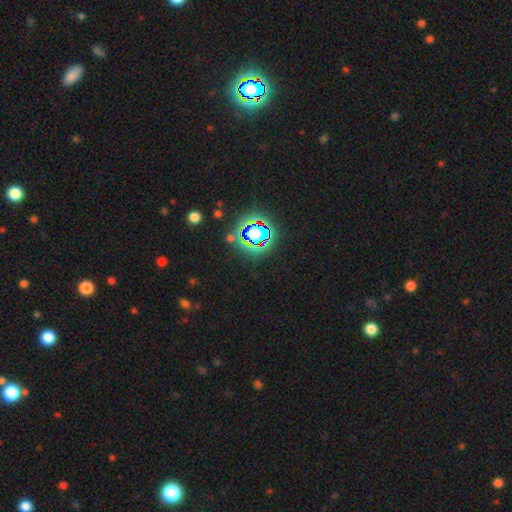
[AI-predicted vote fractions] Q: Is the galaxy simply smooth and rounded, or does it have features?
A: star or artifact — 83%.